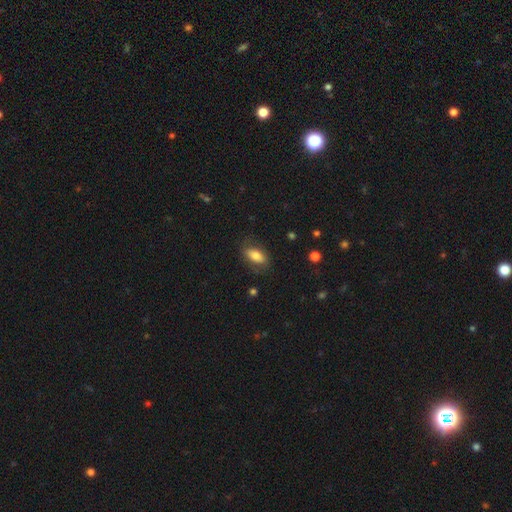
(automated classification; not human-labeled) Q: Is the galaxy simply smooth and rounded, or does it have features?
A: smooth — 75%.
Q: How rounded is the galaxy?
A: in between — 87%.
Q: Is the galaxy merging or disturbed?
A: none — 75%.